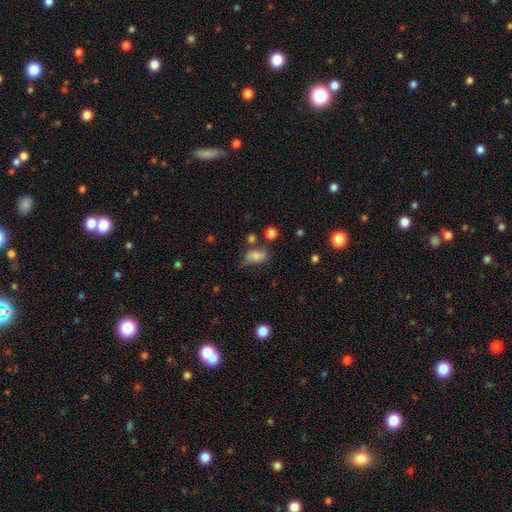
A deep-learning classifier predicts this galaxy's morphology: type=smooth (74%); roundness=in between (87%); merging=none (54%).